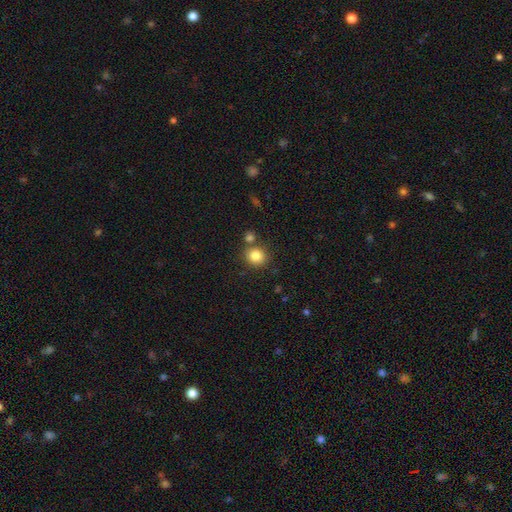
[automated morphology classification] This appears to be a smooth galaxy with no disk features (83%) that is round (83%). Merging: none (75%).